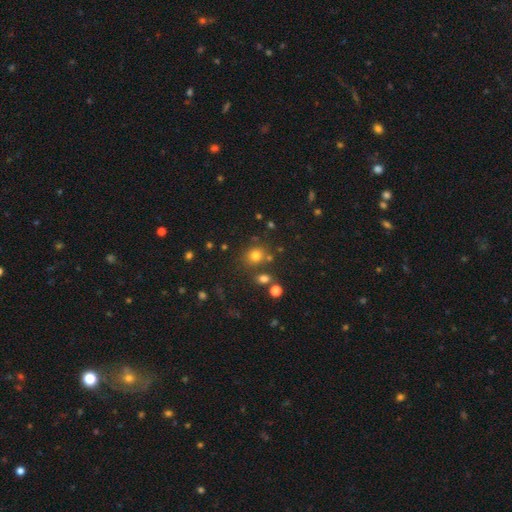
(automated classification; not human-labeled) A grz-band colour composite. It shows a smooth galaxy with no disk features (75%) that is round (79%). Merging: none (75%).